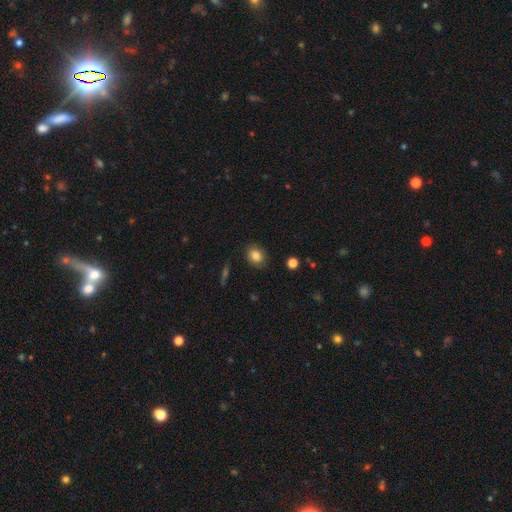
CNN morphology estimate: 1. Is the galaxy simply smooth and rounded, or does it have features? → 83% smooth, 10% star or artifact, 7% featured or disk.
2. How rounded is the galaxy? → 58% round, 41% in between, 1% cigar-shaped.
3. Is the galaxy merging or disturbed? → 88% none, 9% minor disturbance, 2% major disturbance, 1% merger.